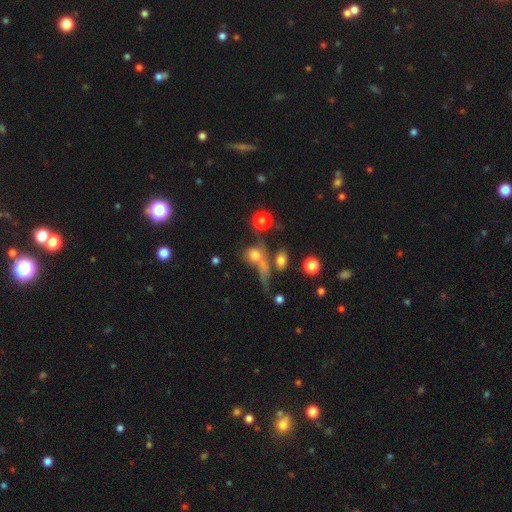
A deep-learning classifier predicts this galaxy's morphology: Smooth or featured: smooth — 65% (featured or disk — 18%)
How rounded: round — 63% (in between — 29%)
Merging: none — 39% (merger — 32%)